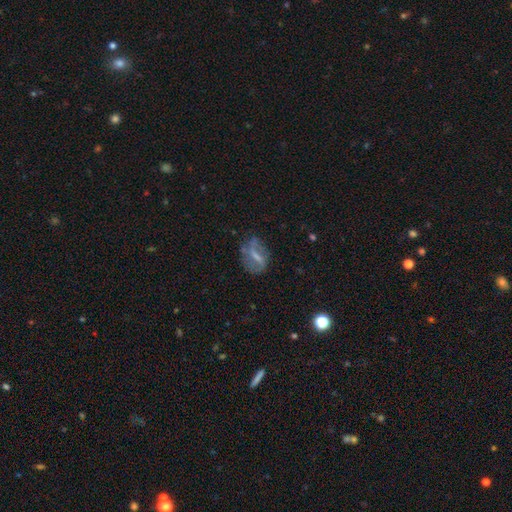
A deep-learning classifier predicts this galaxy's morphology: Smooth or featured: featured or disk — 57% (smooth — 32%)
Edge-on disk: no — 93% (yes — 7%)
Bar: strong — 44% (weak — 39%)
Spiral arms: yes — 55% (no — 45%)
Bulge size: none — 38% (small — 31%)
Merging: none — 59% (minor disturbance — 24%)